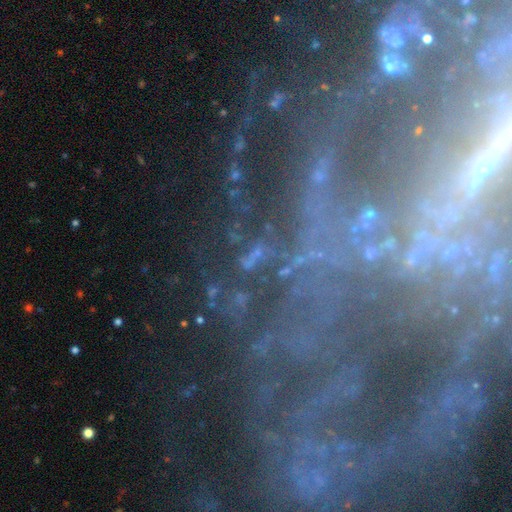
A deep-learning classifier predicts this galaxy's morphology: This appears to be a star or artifact, not a galaxy (45%).